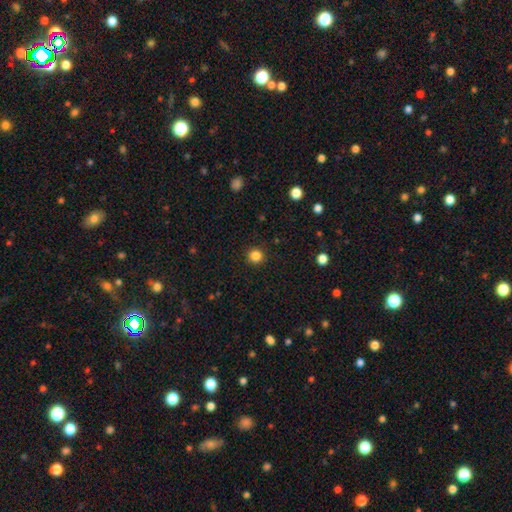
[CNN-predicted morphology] This is clearly a smooth galaxy (84%). How rounded: clearly round (94%). Merging: clearly none (92%).